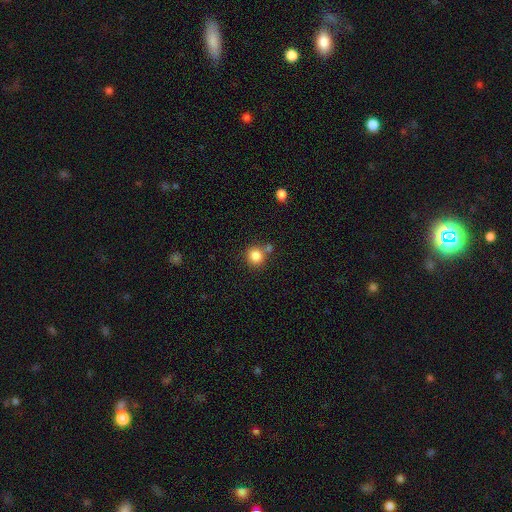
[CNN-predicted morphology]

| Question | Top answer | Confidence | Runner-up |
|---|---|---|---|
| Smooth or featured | smooth | 85% | star or artifact (10%) |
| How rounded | round | 90% | in between (9%) |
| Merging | none | 70% | merger (17%) |